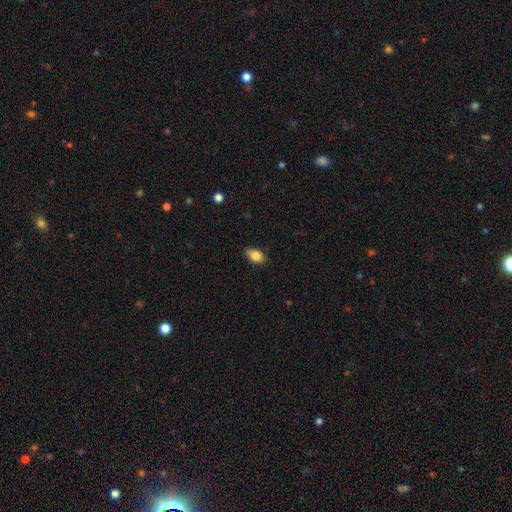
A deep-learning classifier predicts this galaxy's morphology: A smooth galaxy with no disk features (84%) that is in between round and cigar-shaped (88%). Merging: none (82%).